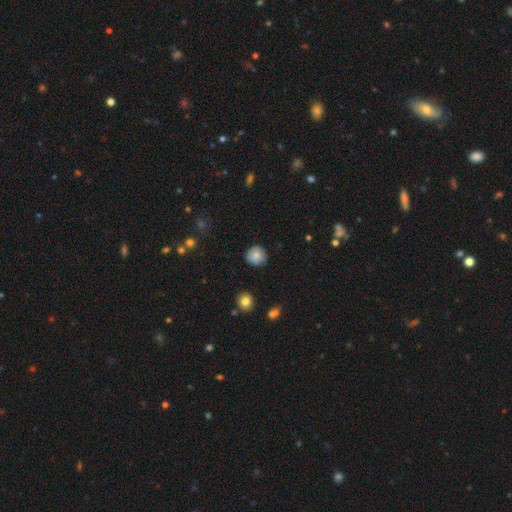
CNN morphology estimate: Smooth or featured: smooth — 82% (featured or disk — 10%)
How rounded: round — 92% (in between — 7%)
Merging: none — 86% (minor disturbance — 10%)